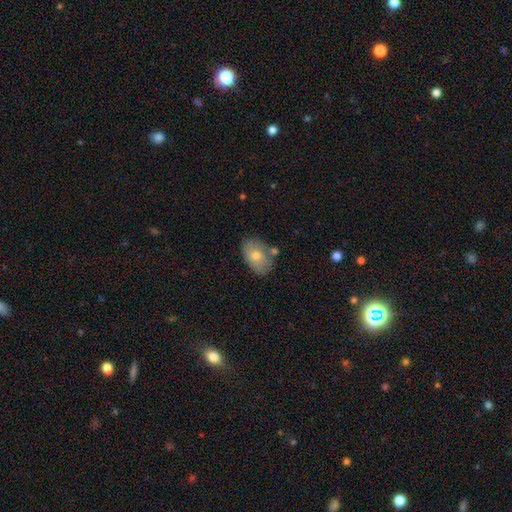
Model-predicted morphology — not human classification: A smooth galaxy with no disk features (70%) that is in between round and cigar-shaped (87%).

Vote fractions:
- Smooth or featured? smooth: 70% / featured or disk: 21% / star or artifact: 8%
- How rounded? in between: 87% / round: 12% / cigar-shaped: 1%
- Merging? none: 72% / minor disturbance: 17% / merger: 7% / major disturbance: 4%